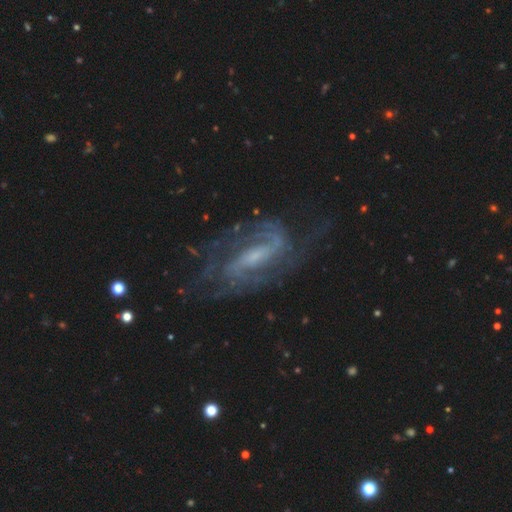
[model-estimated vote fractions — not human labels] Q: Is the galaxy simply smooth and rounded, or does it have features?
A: featured or disk — 86%.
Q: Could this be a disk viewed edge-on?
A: no — 93%.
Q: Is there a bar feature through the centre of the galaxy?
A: weak — 46%.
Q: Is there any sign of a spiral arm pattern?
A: yes — 94%.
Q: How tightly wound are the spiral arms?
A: medium — 47%.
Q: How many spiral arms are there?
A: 2 — 67%.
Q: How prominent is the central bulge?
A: small — 50%.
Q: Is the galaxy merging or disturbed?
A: none — 68%.